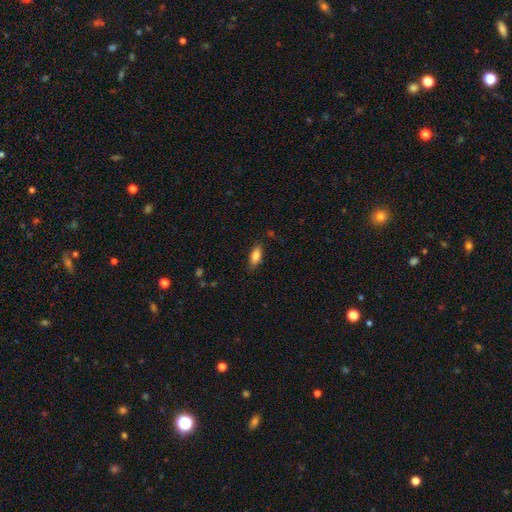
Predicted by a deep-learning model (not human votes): Smooth or featured? Predicted: smooth (p=0.83). How rounded? Predicted: in between (p=0.83). Merging? Predicted: none (p=0.82).